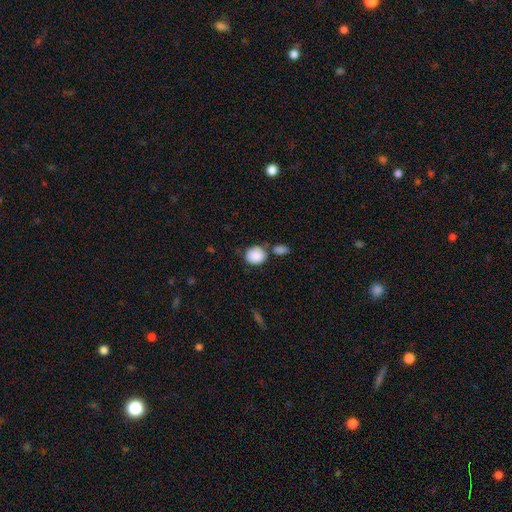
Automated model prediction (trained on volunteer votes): A smooth galaxy with no disk features (89%) that is round (76%).

Vote fractions:
- Smooth or featured? smooth: 89% / star or artifact: 7% / featured or disk: 4%
- How rounded? round: 76% / in between: 23% / cigar-shaped: 1%
- Merging? none: 62% / merger: 19% / minor disturbance: 14% / major disturbance: 5%